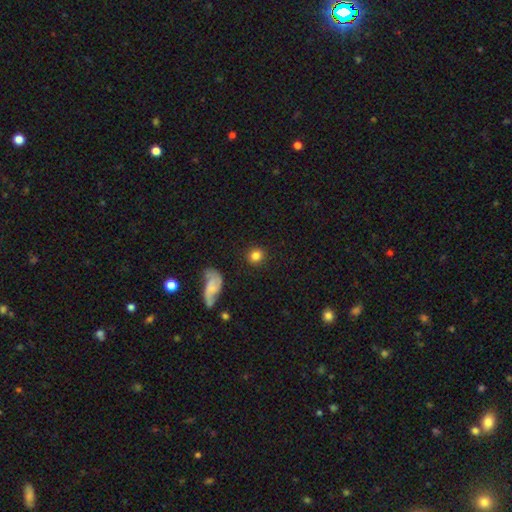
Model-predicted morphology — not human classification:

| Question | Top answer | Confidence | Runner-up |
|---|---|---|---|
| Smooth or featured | smooth | 83% | star or artifact (9%) |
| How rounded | round | 86% | in between (12%) |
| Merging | none | 87% | minor disturbance (7%) |